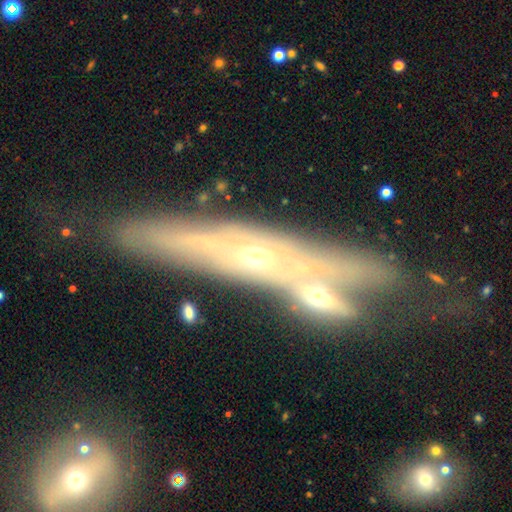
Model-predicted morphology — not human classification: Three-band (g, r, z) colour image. It shows a featured or disk galaxy (78%) viewed edge-on (66%) with a rounded central bulge (63%). Merging: none (56%).